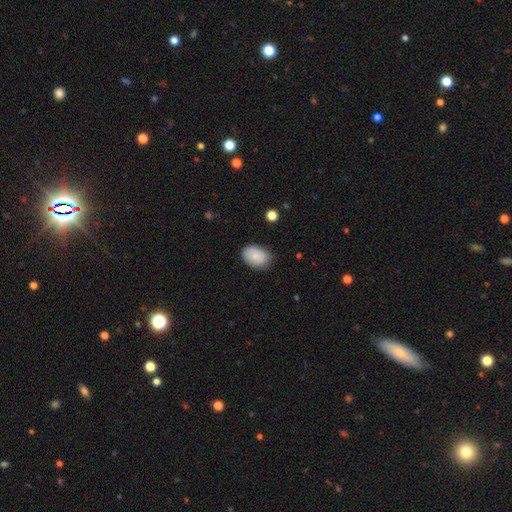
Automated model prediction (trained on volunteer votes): Smooth or featured: smooth — 82% (featured or disk — 10%)
How rounded: in between — 81% (round — 18%)
Merging: none — 76% (minor disturbance — 19%)